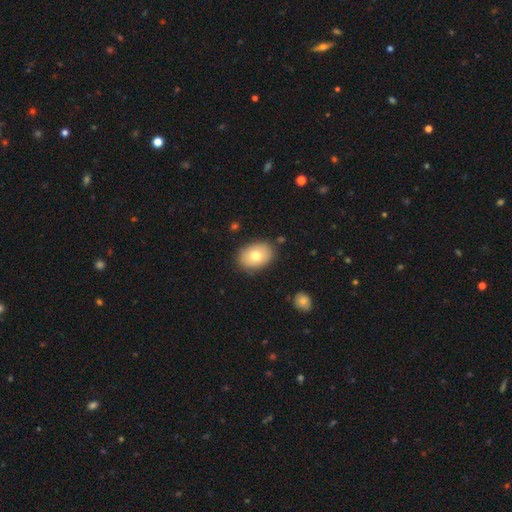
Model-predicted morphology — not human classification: This is likely a smooth galaxy (76%). How rounded: likely in between (74%). Merging: clearly none (84%).